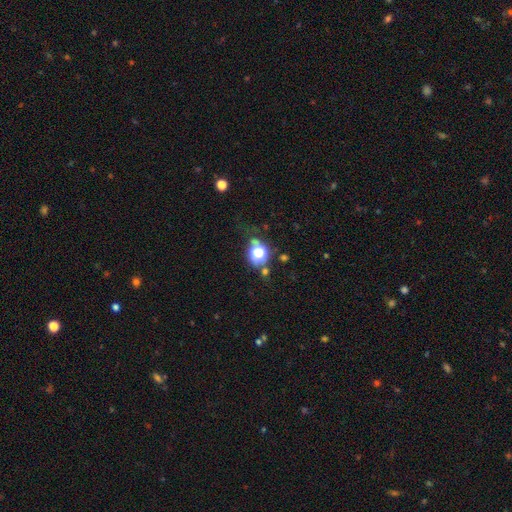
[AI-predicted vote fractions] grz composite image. It shows a star or artifact, not a galaxy (51%).